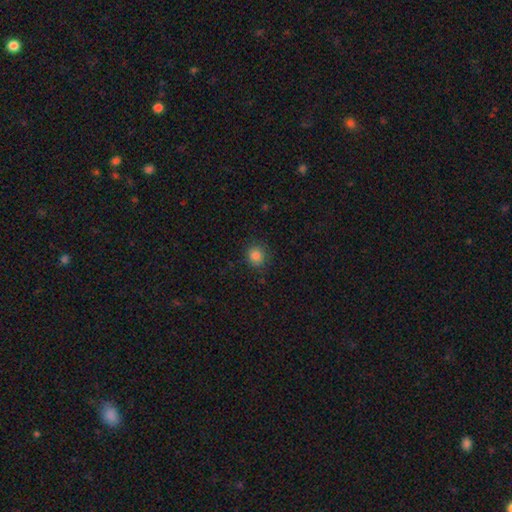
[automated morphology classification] Q: Smooth or featured?
A: smooth (85%); runner-up: star or artifact (11%)
Q: How rounded?
A: round (85%); runner-up: in between (14%)
Q: Merging?
A: none (82%); runner-up: minor disturbance (13%)